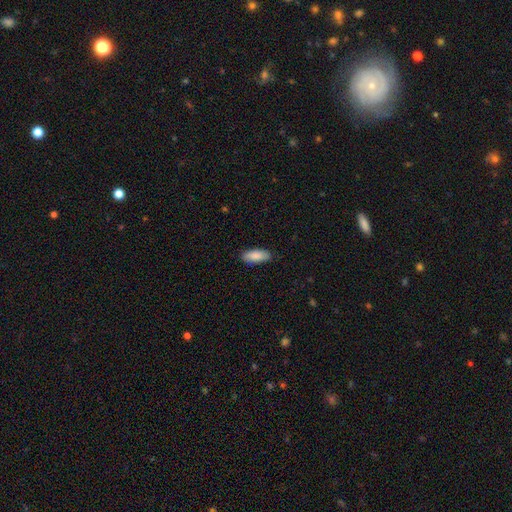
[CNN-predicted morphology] Smooth or featured? Predicted: smooth (p=0.89). How rounded? Predicted: in between (p=0.80). Merging? Predicted: none (p=0.87).